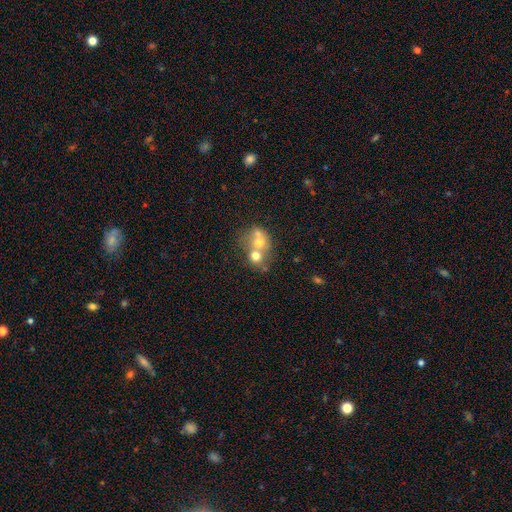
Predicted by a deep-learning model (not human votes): smooth_or_featured: smooth (p=0.60) [alt: featured or disk p=0.26]
how_rounded: round (p=0.69) [alt: in between p=0.30]
merging: merger (p=0.65) [alt: none p=0.25]